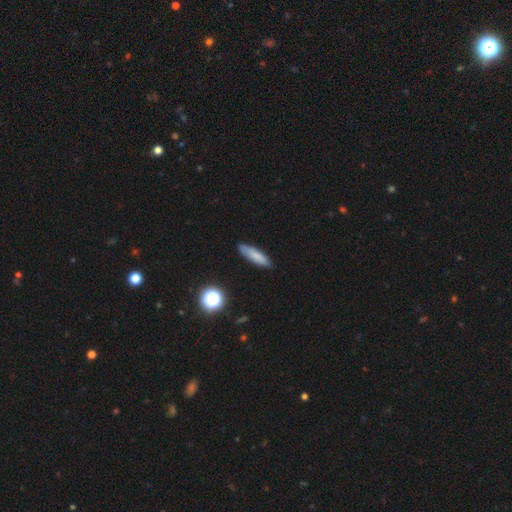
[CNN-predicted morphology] A smooth galaxy with no disk features (76%) that is cigar-shaped (71%).

Vote fractions:
- Smooth or featured? smooth: 76% / featured or disk: 15% / star or artifact: 9%
- How rounded? cigar-shaped: 71% / in between: 27% / round: 2%
- Merging? none: 83% / minor disturbance: 13% / major disturbance: 2% / merger: 2%